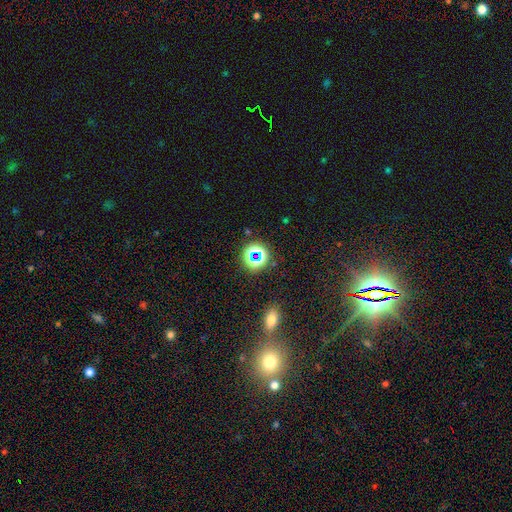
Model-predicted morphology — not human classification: type=star or artifact (61%).